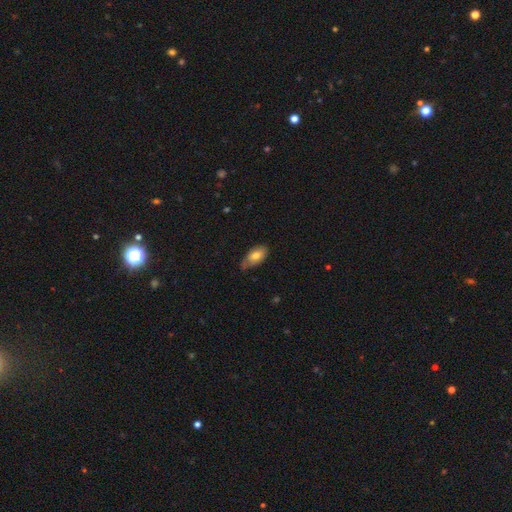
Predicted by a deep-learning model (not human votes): Q: Smooth or featured?
A: smooth (73%); runner-up: featured or disk (20%)
Q: How rounded?
A: in between (91%); runner-up: cigar-shaped (5%)
Q: Merging?
A: none (56%); runner-up: minor disturbance (36%)